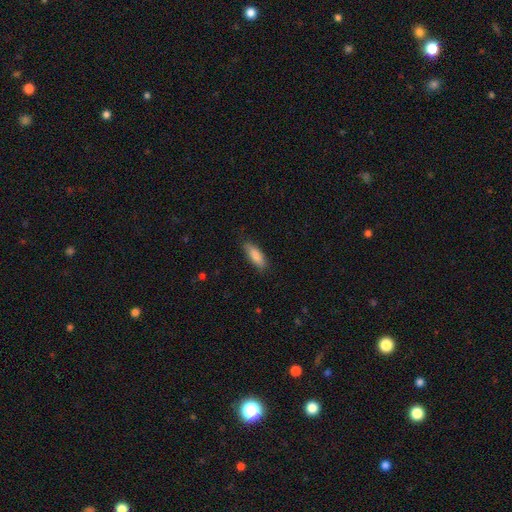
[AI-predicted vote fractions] This is clearly a smooth galaxy (86%). How rounded: likely in between (64%). Merging: clearly none (81%).